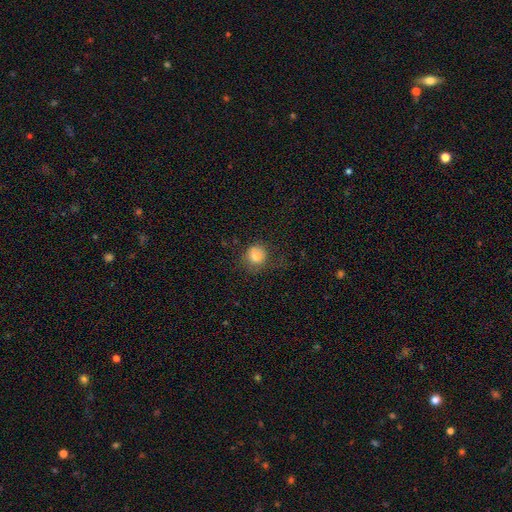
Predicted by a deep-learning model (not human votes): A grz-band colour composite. It shows a smooth galaxy with no disk features (80%) that is round (84%). Merging: none (64%).